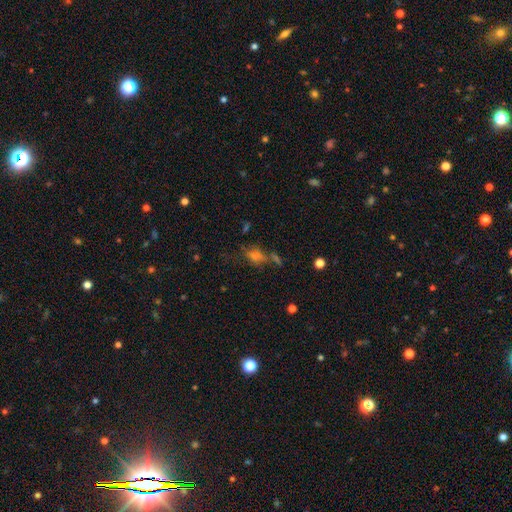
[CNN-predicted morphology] This appears to be a smooth galaxy with no disk features (59%) that is in between round and cigar-shaped (72%). Merging: none (41%).